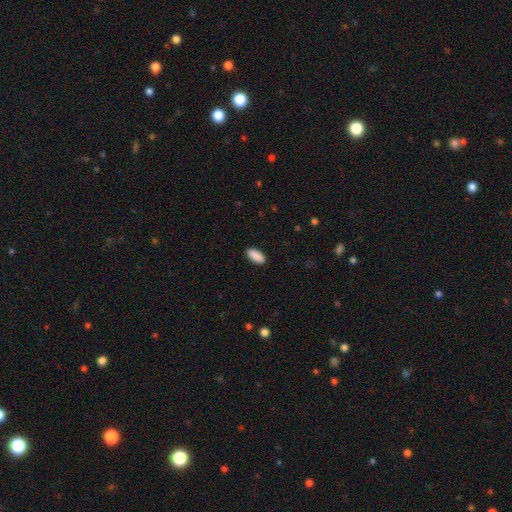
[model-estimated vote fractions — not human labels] Smooth or featured?
  - smooth: 91% *
  - star or artifact: 6%
  - featured or disk: 3%
How rounded?
  - in between: 90% *
  - cigar-shaped: 8%
  - round: 2%
Merging?
  - none: 89% *
  - minor disturbance: 8%
  - major disturbance: 2%
  - merger: 1%